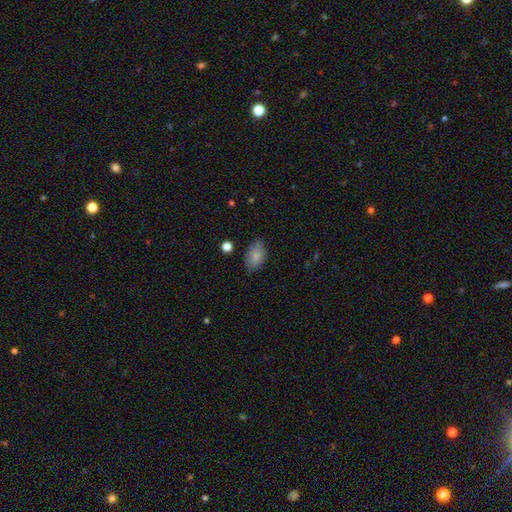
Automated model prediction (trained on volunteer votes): Smooth or featured? smooth (83%)
How rounded? in between (90%)
Merging? none (75%)